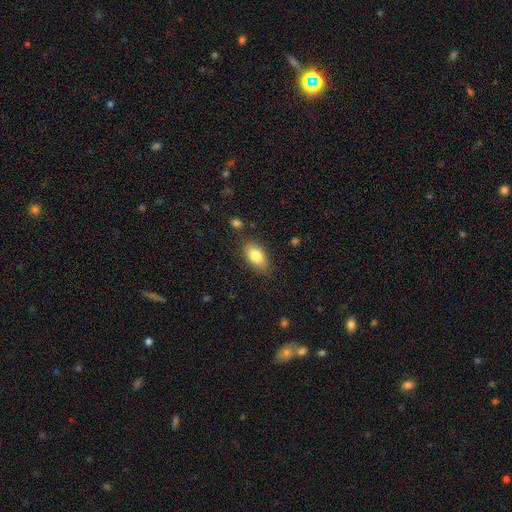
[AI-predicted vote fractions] This appears to be a smooth galaxy with no disk features (82%) that is in between round and cigar-shaped (90%). Merging: none (80%).